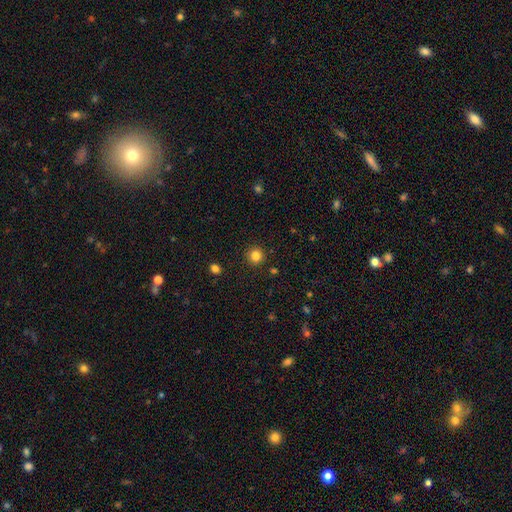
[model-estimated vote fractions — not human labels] This is clearly a smooth galaxy (83%). How rounded: clearly round (94%). Merging: clearly none (91%).